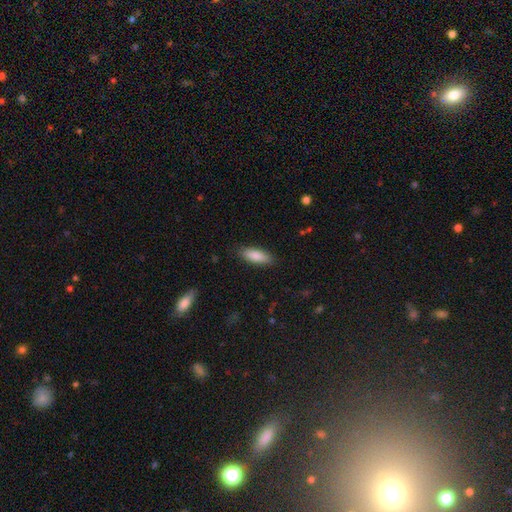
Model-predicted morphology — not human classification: Smooth or featured: smooth — 87% (featured or disk — 7%)
How rounded: in between — 63% (cigar-shaped — 35%)
Merging: none — 87% (minor disturbance — 9%)